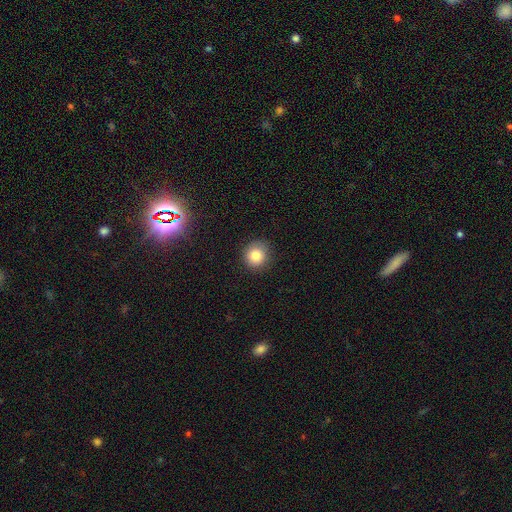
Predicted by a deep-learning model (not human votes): This is clearly a smooth galaxy (82%). How rounded: clearly round (90%). Merging: clearly none (88%).